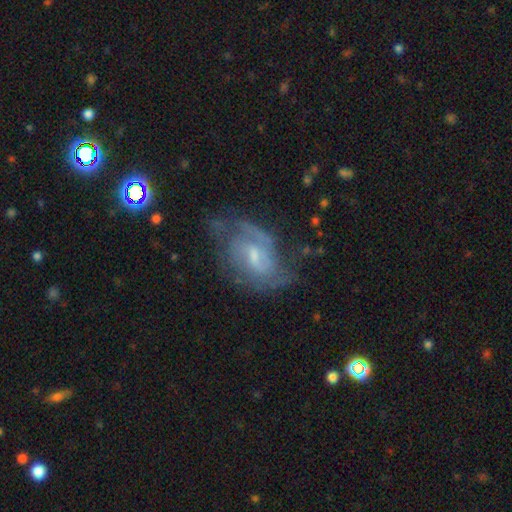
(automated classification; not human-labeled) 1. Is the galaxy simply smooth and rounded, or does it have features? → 80% featured or disk, 13% smooth, 7% star or artifact.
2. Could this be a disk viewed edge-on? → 96% no, 4% yes.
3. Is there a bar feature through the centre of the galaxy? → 57% weak, 30% no, 13% strong.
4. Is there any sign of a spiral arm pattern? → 90% yes, 10% no.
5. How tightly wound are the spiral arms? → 48% medium, 35% tight, 17% loose.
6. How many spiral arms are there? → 54% 2, 24% can't tell, 11% 3, 6% 1, 3% 4, 2% more than 4.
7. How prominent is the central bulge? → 48% small, 39% moderate, 9% none, 3% large, 1% dominant.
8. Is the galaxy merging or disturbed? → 55% none, 24% minor disturbance, 18% major disturbance, 3% merger.